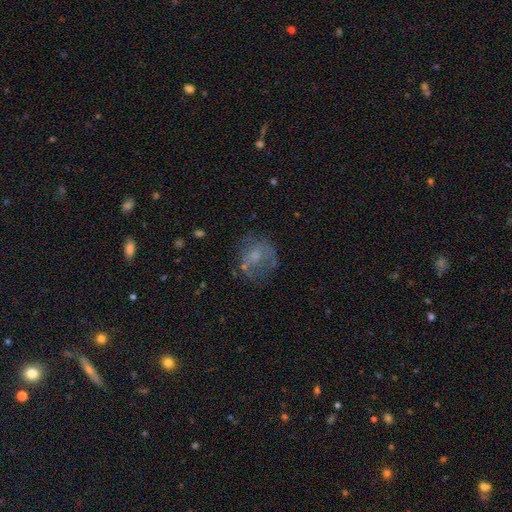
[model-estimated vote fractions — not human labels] smooth-or-featured: smooth: 50% | featured or disk: 38% | star or artifact: 12%
  how-rounded: round: 69% | in between: 30% | cigar-shaped: 1%
  merging: none: 51% | major disturbance: 23% | minor disturbance: 22% | merger: 4%